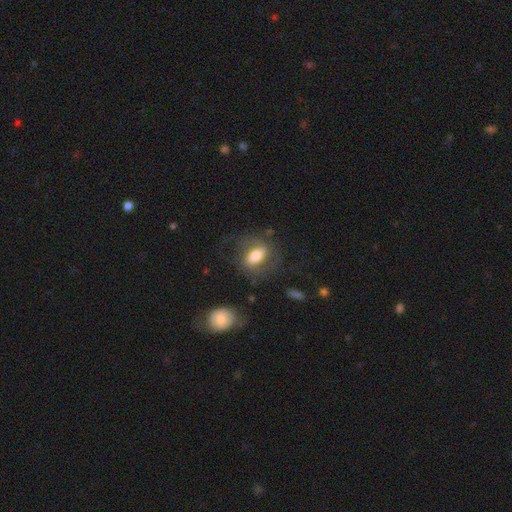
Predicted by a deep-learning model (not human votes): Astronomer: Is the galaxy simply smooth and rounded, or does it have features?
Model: smooth — 49% (runner-up: featured or disk, 44%).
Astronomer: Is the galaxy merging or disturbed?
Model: none — 61%.